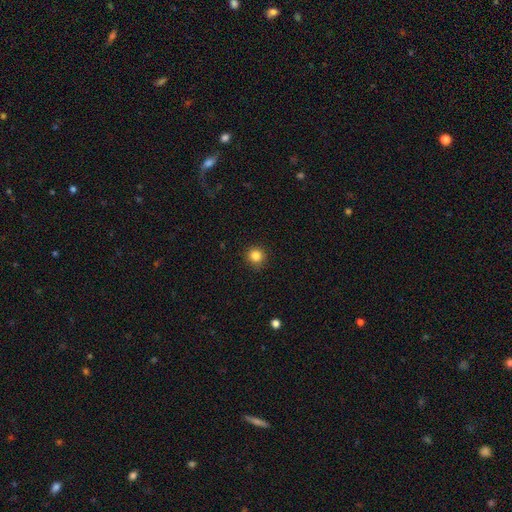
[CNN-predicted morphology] Smooth or featured?
  - smooth: 84% *
  - star or artifact: 11%
  - featured or disk: 4%
How rounded?
  - round: 93% *
  - in between: 6%
  - cigar-shaped: 1%
Merging?
  - none: 90% *
  - minor disturbance: 7%
  - major disturbance: 2%
  - merger: 1%